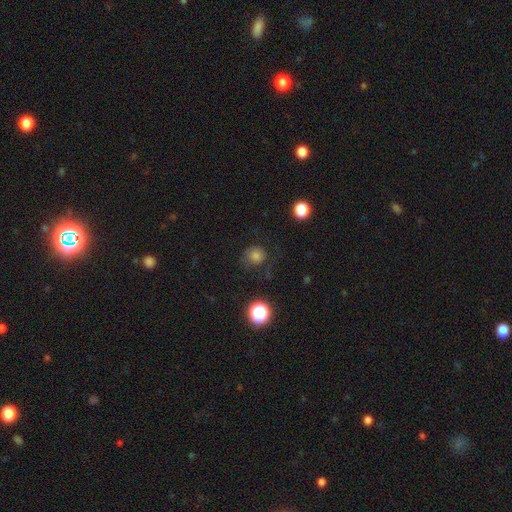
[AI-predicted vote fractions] Smooth or featured? Predicted: smooth (p=0.75). How rounded? Predicted: round (p=0.84). Merging? Predicted: none (p=0.68).